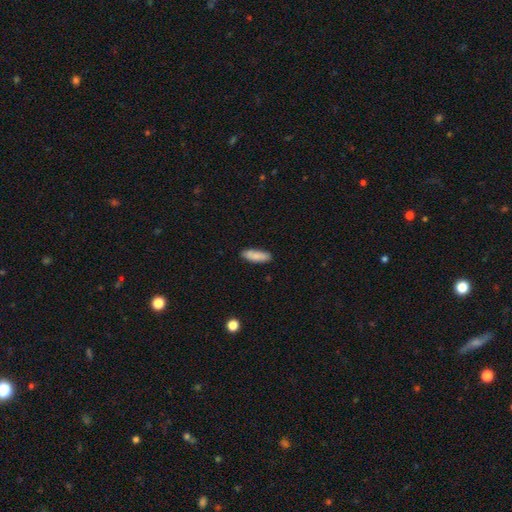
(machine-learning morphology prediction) smooth_or_featured: smooth (p=0.85) [alt: featured or disk p=0.09]
how_rounded: in between (p=0.57) [alt: cigar-shaped p=0.41]
merging: none (p=0.83) [alt: minor disturbance p=0.13]